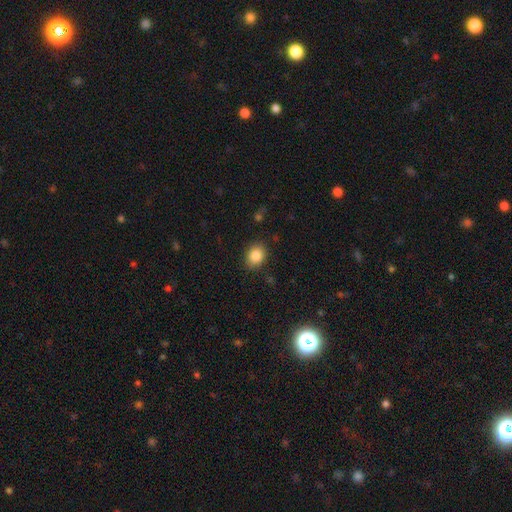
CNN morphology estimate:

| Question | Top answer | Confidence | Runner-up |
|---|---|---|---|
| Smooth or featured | smooth | 85% | star or artifact (9%) |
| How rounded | in between | 55% | round (44%) |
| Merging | none | 86% | minor disturbance (10%) |